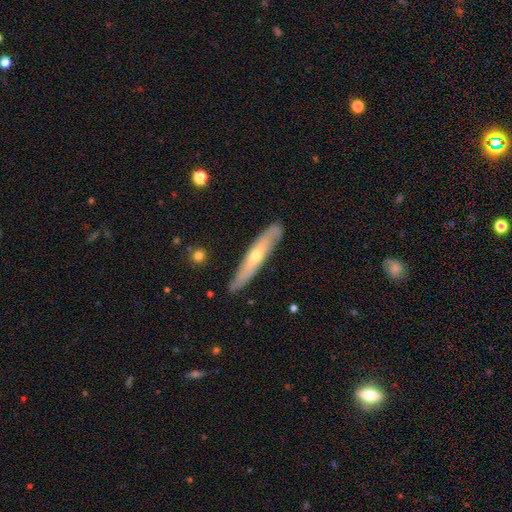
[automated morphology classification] The model was most divided on "smooth or featured": featured or disk: 57%, smooth: 37%, star or artifact: 5%. More confident: merging — none (82%); edge-on disk — yes (74%).